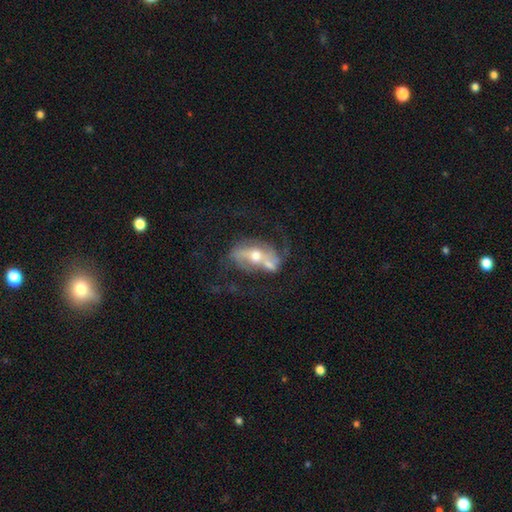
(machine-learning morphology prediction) A featured or disk galaxy (77%) with a strong bar (38%), 2 (82%) loose (43%) spiral arms (79%) and a moderate central bulge (65%).

Vote fractions:
- Smooth or featured? featured or disk: 77% / smooth: 15% / star or artifact: 8%
- Edge-on disk? no: 92% / yes: 8%
- Bar? strong: 38% / no: 31% / weak: 31%
- Spiral arms? yes: 79% / no: 21%
- Spiral winding? loose: 43% / medium: 40% / tight: 17%
- Spiral arm count? 2: 82% / can't tell: 10% / 1: 4% / 3: 2% / 4: 1% / more than 4: 1%
- Bulge size? moderate: 65% / small: 27% / large: 5% / none: 2% / dominant: 1%
- Merging? none: 46% / merger: 20% / major disturbance: 18% / minor disturbance: 16%